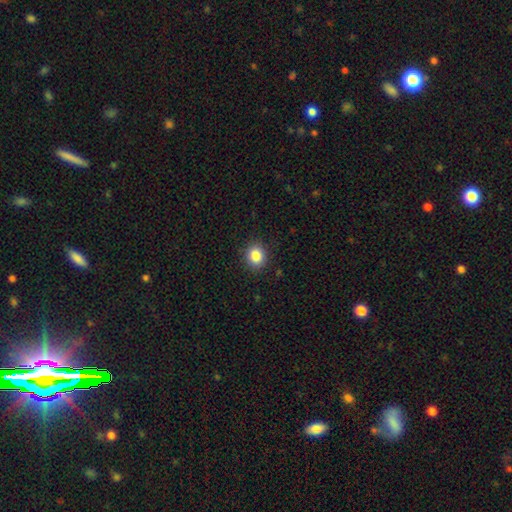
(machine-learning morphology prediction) Smooth or featured? smooth (84%)
How rounded? round (72%)
Merging? none (89%)